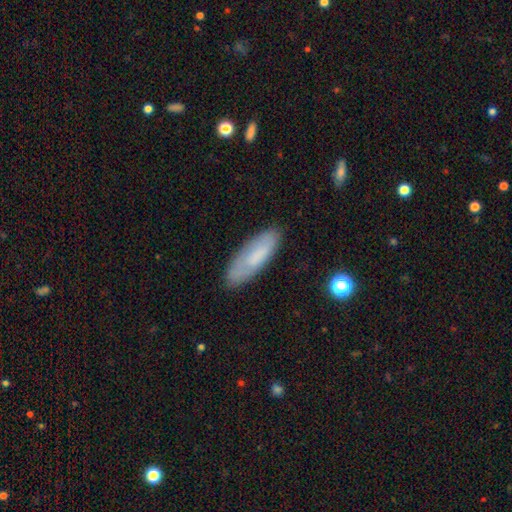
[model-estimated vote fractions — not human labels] Smooth or featured: smooth — 71% (featured or disk — 22%)
How rounded: in between — 59% (cigar-shaped — 39%)
Merging: none — 78% (minor disturbance — 16%)